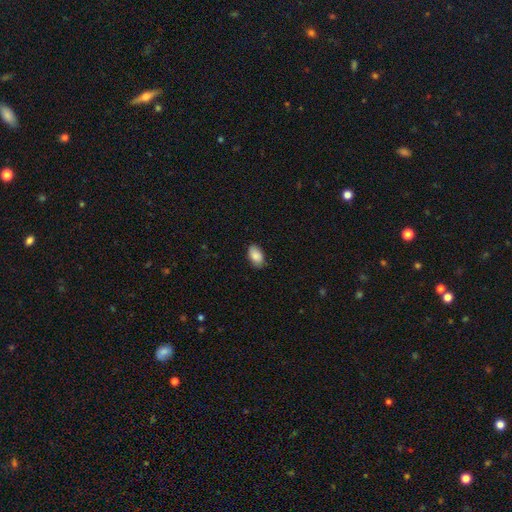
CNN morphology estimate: A smooth galaxy with no disk features (88%) that is in between round and cigar-shaped (93%). Merging: none (82%).